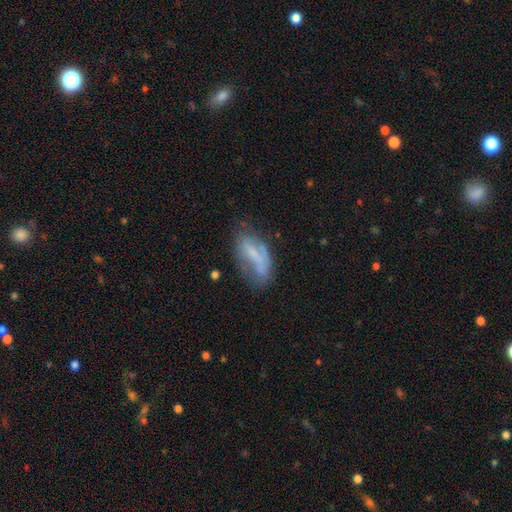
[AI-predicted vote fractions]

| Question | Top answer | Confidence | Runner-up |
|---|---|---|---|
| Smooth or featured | smooth | 48% | featured or disk (42%) |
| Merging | none | 42% | minor disturbance (31%) |